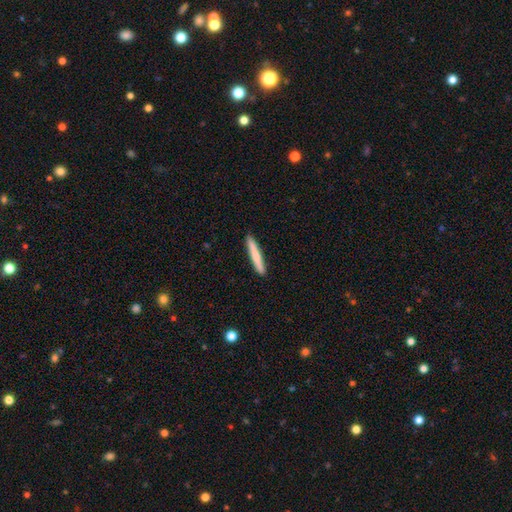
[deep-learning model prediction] The model was most divided on "smooth or featured": smooth: 73%, featured or disk: 22%, star or artifact: 5%. More confident: how rounded — cigar-shaped (95%); merging — none (91%).